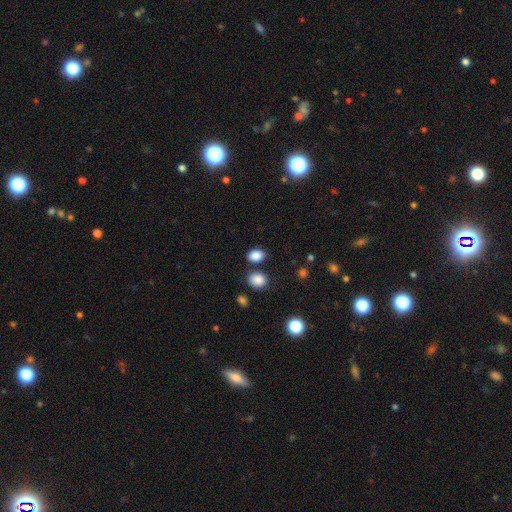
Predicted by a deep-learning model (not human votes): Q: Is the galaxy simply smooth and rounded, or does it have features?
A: smooth — 87%.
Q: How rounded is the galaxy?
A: in between — 71%.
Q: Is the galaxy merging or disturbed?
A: none — 74%.